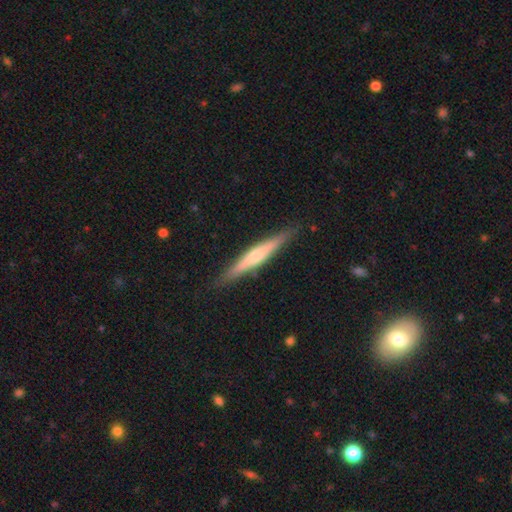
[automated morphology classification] type=featured or disk (57%); edge-on=yes (97%); edge-on bulge=rounded (65%); merging=none (89%).